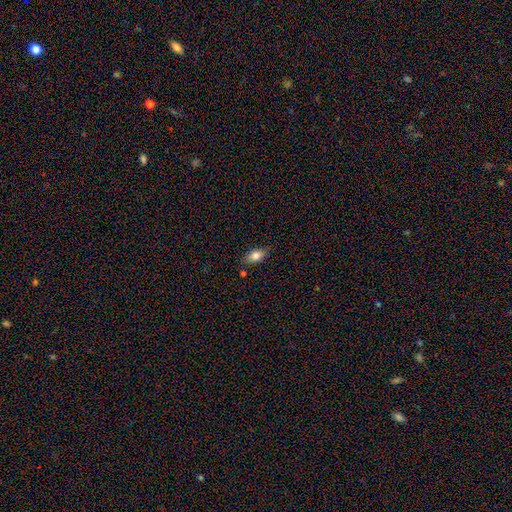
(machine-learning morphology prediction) A smooth galaxy with no disk features (81%) that is in between round and cigar-shaped (88%). Merging: none (78%).